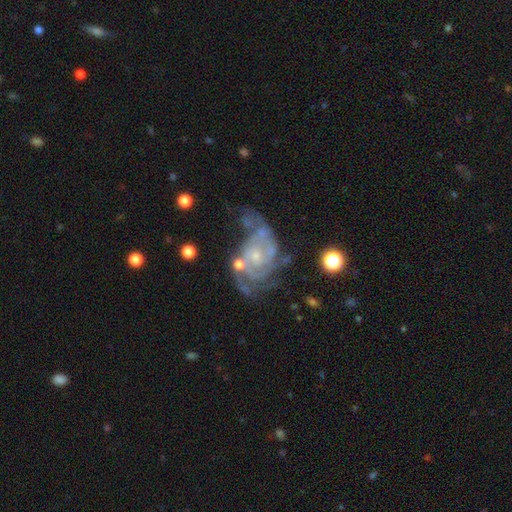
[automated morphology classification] Q: Smooth or featured?
A: featured or disk (86%); runner-up: smooth (7%)
Q: Edge-on disk?
A: no (97%); runner-up: yes (3%)
Q: Bar?
A: no (68%); runner-up: weak (26%)
Q: Spiral arms?
A: yes (94%); runner-up: no (6%)
Q: Spiral winding?
A: tight (49%); runner-up: medium (39%)
Q: Spiral arm count?
A: 2 (40%); runner-up: can't tell (24%)
Q: Bulge size?
A: small (69%); runner-up: moderate (22%)
Q: Merging?
A: none (42%); runner-up: major disturbance (24%)